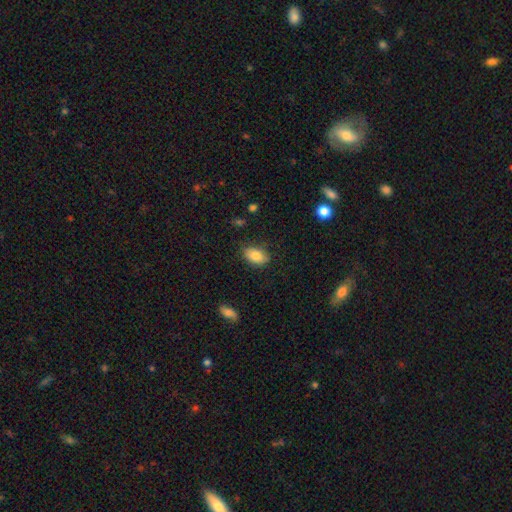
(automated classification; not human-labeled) A smooth galaxy with no disk features (83%) that is in between round and cigar-shaped (90%).

Vote fractions:
- Smooth or featured? smooth: 83% / featured or disk: 10% / star or artifact: 8%
- How rounded? in between: 90% / round: 8% / cigar-shaped: 2%
- Merging? none: 81% / minor disturbance: 14% / major disturbance: 3% / merger: 1%